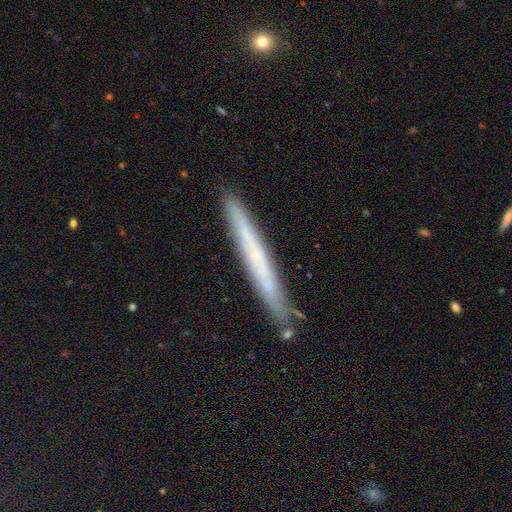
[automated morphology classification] Smooth or featured?
  - featured or disk: 49% *
  - smooth: 42%
  - star or artifact: 9%
Merging?
  - none: 88% *
  - minor disturbance: 9%
  - merger: 2%
  - major disturbance: 1%